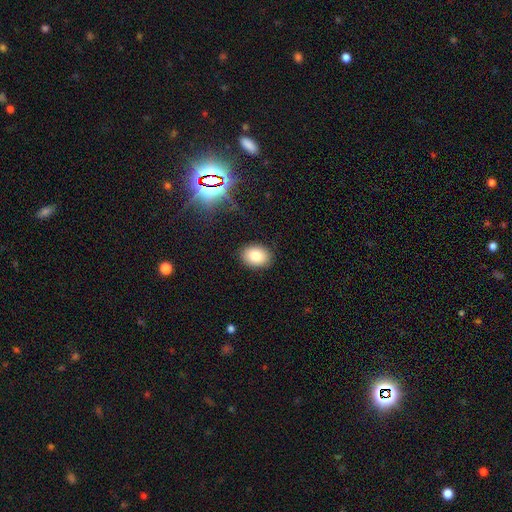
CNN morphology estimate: Smooth or featured?
  - smooth: 83% *
  - star or artifact: 9%
  - featured or disk: 8%
How rounded?
  - in between: 71% *
  - round: 28%
  - cigar-shaped: 1%
Merging?
  - none: 88% *
  - minor disturbance: 8%
  - major disturbance: 2%
  - merger: 1%